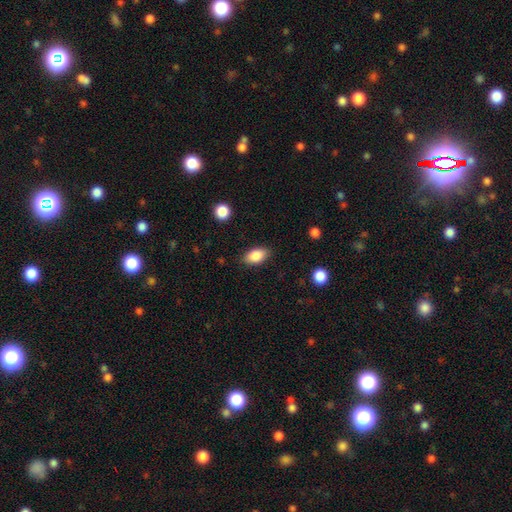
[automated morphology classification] The model was most divided on "merging": none: 85%, minor disturbance: 11%, major disturbance: 3%, merger: 1%. More confident: how rounded — in between (91%); smooth or featured — smooth (86%).